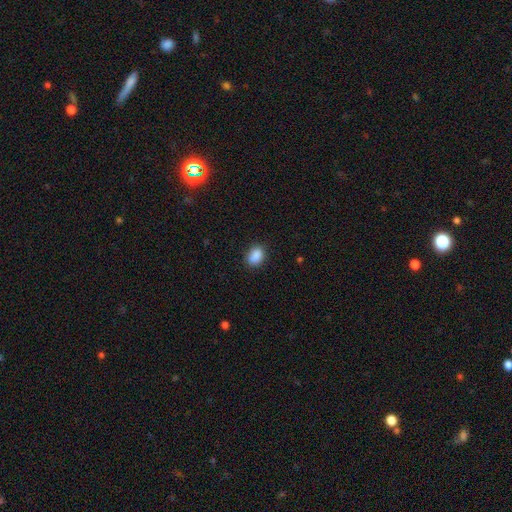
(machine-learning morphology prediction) type=smooth (88%); roundness=in between (74%); merging=none (81%).